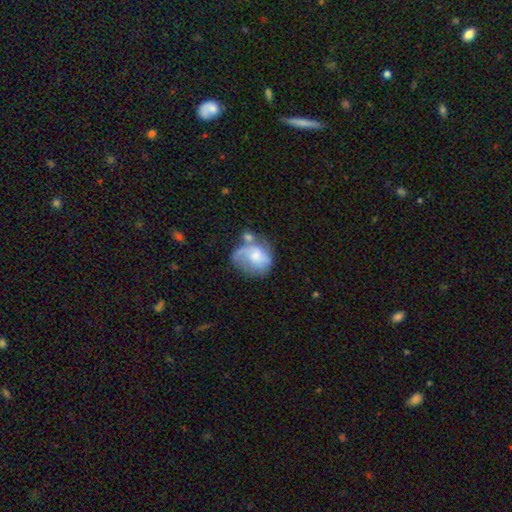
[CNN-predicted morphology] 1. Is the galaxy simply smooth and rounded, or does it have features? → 54% featured or disk, 38% smooth, 8% star or artifact.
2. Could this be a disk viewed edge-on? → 98% no, 2% yes.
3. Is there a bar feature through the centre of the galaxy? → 67% no, 28% weak, 5% strong.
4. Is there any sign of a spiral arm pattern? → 69% yes, 31% no.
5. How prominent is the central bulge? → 41% small, 38% moderate, 12% none, 7% large, 2% dominant.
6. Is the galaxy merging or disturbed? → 31% none, 26% major disturbance, 23% minor disturbance, 20% merger.